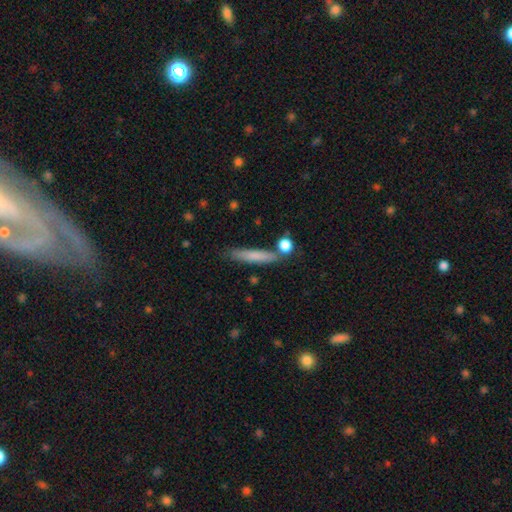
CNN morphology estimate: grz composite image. It shows a smooth galaxy with no disk features (74%) that is cigar-shaped (90%). Merging: none (76%).